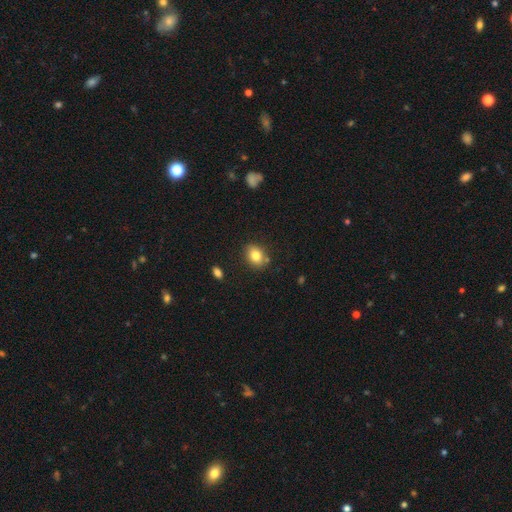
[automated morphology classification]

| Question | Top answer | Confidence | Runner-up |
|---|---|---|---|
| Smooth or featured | smooth | 81% | star or artifact (10%) |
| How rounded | in between | 57% | round (42%) |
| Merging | none | 79% | minor disturbance (13%) |